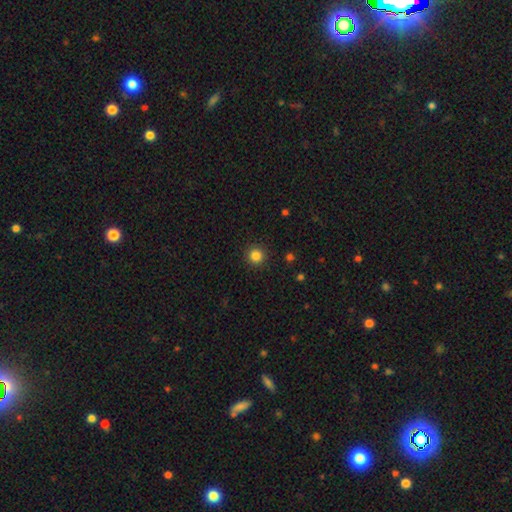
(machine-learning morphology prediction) smooth-or-featured: smooth: 84% | star or artifact: 12% | featured or disk: 4%
  how-rounded: round: 95% | in between: 4% | cigar-shaped: 1%
  merging: none: 92% | minor disturbance: 5% | major disturbance: 2% | merger: 1%